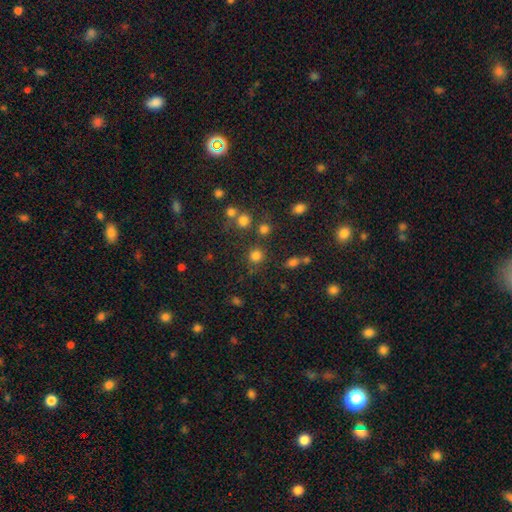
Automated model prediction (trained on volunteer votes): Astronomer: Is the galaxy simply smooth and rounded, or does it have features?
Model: smooth — 77%.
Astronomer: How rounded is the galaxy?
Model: round — 90%.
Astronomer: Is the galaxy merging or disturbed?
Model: none — 77%.